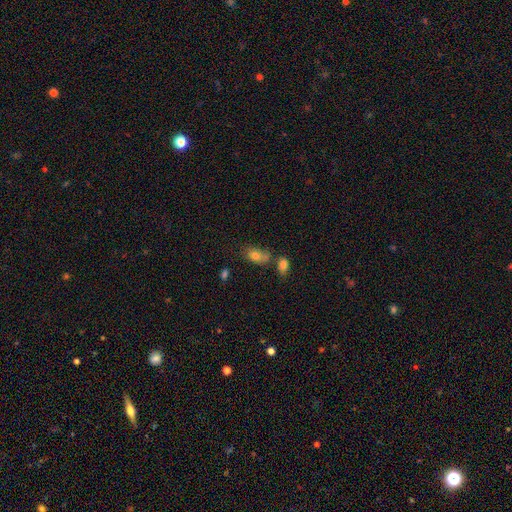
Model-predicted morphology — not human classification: Smooth or featured? smooth (78%)
How rounded? in between (84%)
Merging? none (46%)